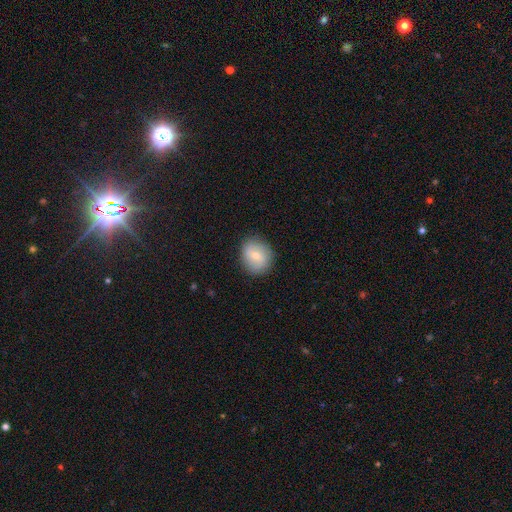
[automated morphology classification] Q: Smooth or featured?
A: smooth (63%); runner-up: featured or disk (29%)
Q: How rounded?
A: round (76%); runner-up: in between (23%)
Q: Merging?
A: none (85%); runner-up: minor disturbance (11%)